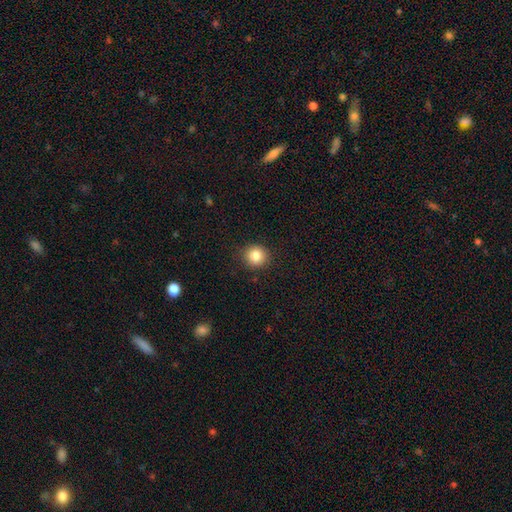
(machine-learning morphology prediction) This is clearly a smooth galaxy (85%). How rounded: clearly round (90%). Merging: clearly none (89%).